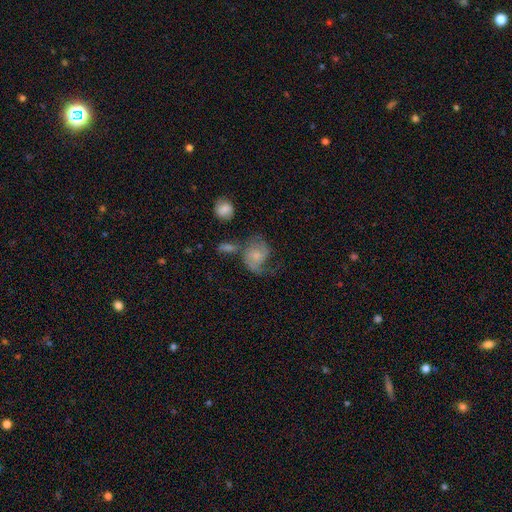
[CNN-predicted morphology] featured or disk 56%, smooth 36%, star or artifact 9%. Down the decision tree: edge-on disk — no (97%); bar — no (64%); spiral arms — yes (86%); bulge size — small (41%); merging — none (36%).